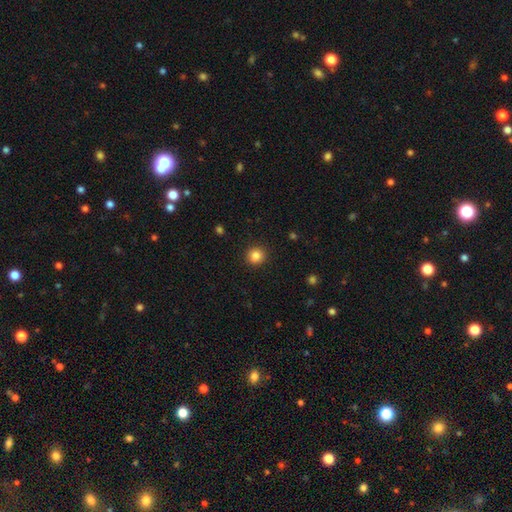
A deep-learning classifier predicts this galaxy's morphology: smooth_or_featured: smooth (p=0.85) [alt: star or artifact p=0.11]
how_rounded: round (p=0.91) [alt: in between p=0.08]
merging: none (p=0.91) [alt: minor disturbance p=0.06]